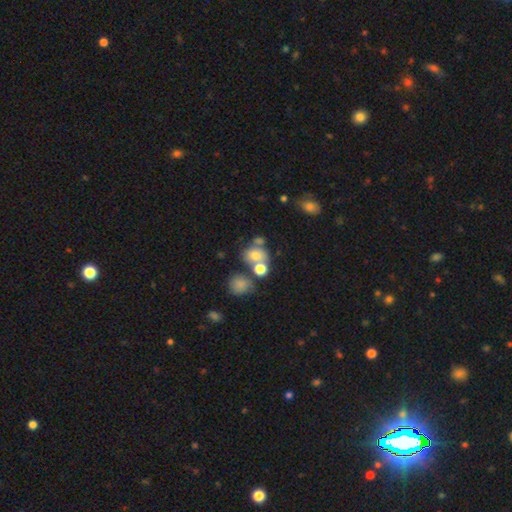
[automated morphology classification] The model was most divided on "merging": none: 41%, merger: 40%, minor disturbance: 12%, major disturbance: 7%. More confident: smooth or featured — smooth (68%); how rounded — round (59%).